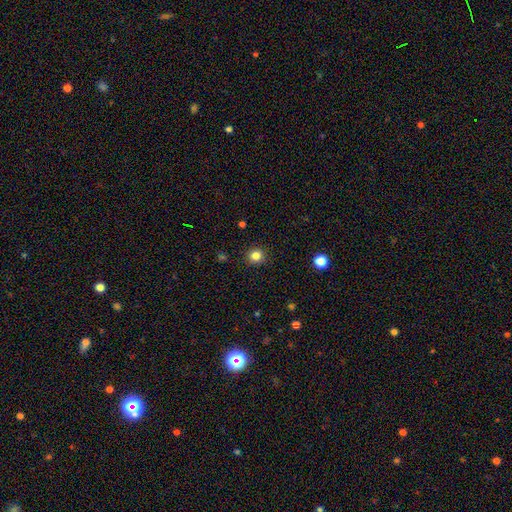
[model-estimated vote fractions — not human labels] A smooth galaxy with no disk features (83%) that is round (91%).

Vote fractions:
- Smooth or featured? smooth: 83% / star or artifact: 13% / featured or disk: 5%
- How rounded? round: 91% / in between: 8% / cigar-shaped: 1%
- Merging? none: 92% / minor disturbance: 5% / major disturbance: 2% / merger: 1%